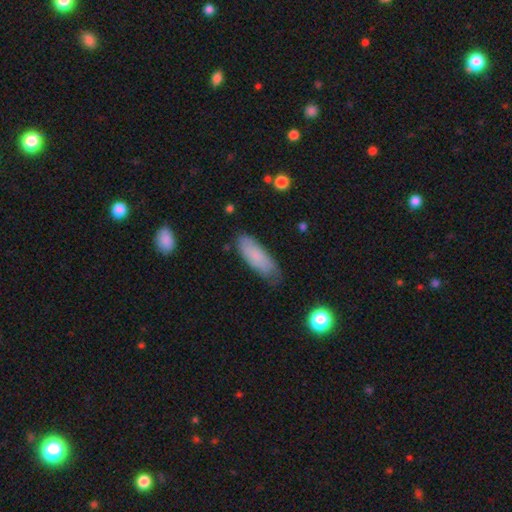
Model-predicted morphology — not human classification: smooth 80%, featured or disk 14%, star or artifact 6%. Down the decision tree: how rounded — in between (63%); merging — none (63%).